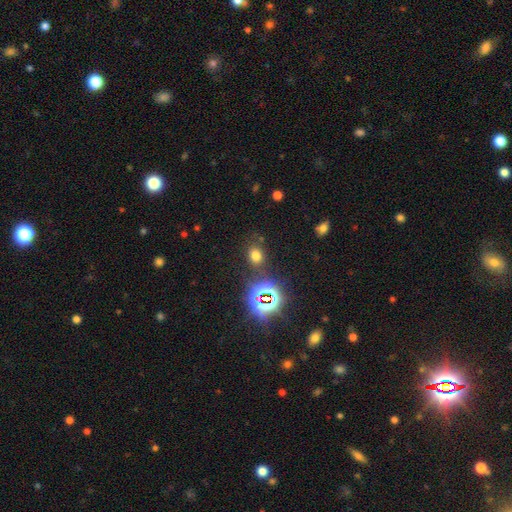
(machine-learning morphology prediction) smooth 65%, star or artifact 28%, featured or disk 7%. Down the decision tree: how rounded — round (56%); merging — none (79%).